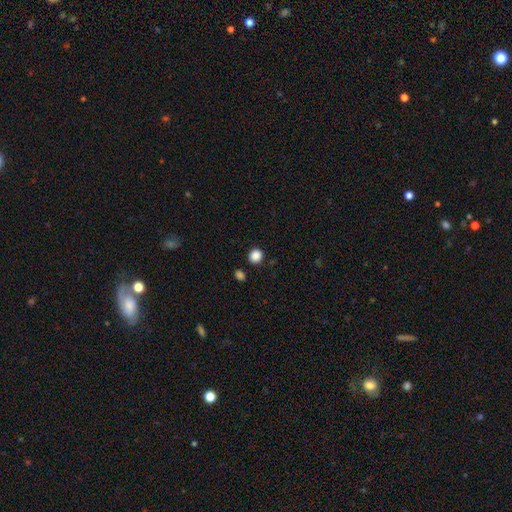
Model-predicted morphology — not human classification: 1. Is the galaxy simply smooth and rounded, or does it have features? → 87% smooth, 10% star or artifact, 3% featured or disk.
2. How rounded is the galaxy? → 81% round, 18% in between, 1% cigar-shaped.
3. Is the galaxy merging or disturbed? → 88% none, 7% minor disturbance, 3% merger, 2% major disturbance.